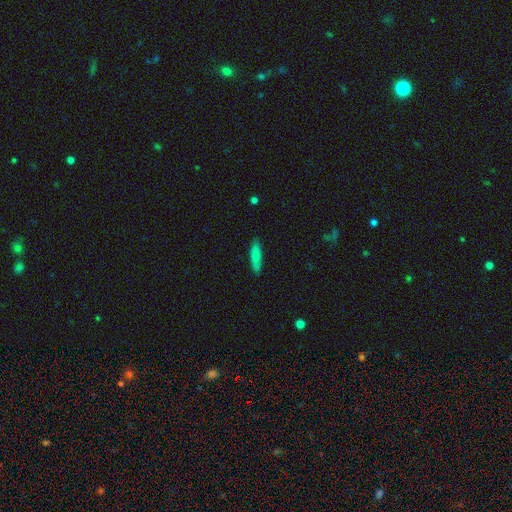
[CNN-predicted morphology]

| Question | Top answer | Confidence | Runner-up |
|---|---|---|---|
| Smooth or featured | smooth | 77% | featured or disk (17%) |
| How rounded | cigar-shaped | 73% | in between (25%) |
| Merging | none | 86% | minor disturbance (11%) |